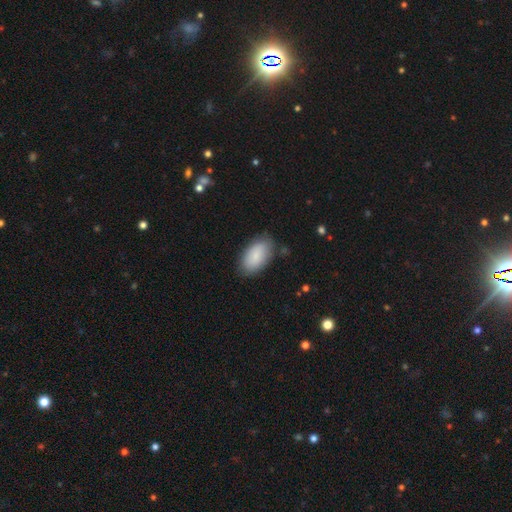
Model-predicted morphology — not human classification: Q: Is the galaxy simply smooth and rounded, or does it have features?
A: smooth — 84%.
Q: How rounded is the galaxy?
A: in between — 95%.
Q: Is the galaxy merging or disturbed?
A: none — 81%.